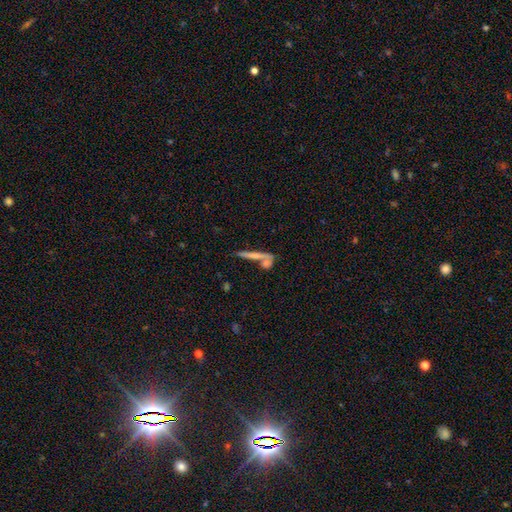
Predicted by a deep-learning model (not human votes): This is possibly a smooth galaxy (56%). How rounded: clearly cigar-shaped (88%). Merging: possibly none (55%).